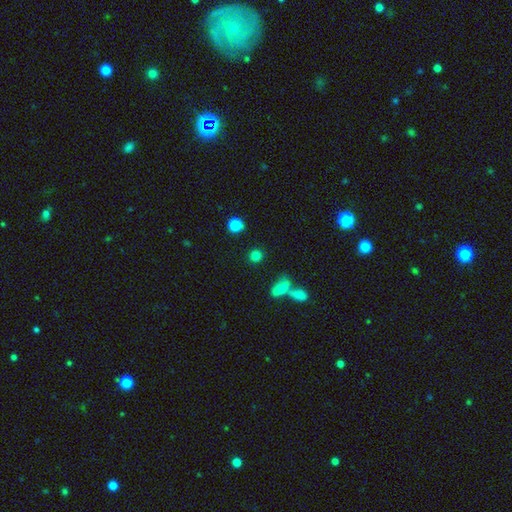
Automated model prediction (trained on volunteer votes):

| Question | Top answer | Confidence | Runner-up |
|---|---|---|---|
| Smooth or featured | smooth | 81% | star or artifact (13%) |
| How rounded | round | 87% | in between (11%) |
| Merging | none | 82% | minor disturbance (8%) |